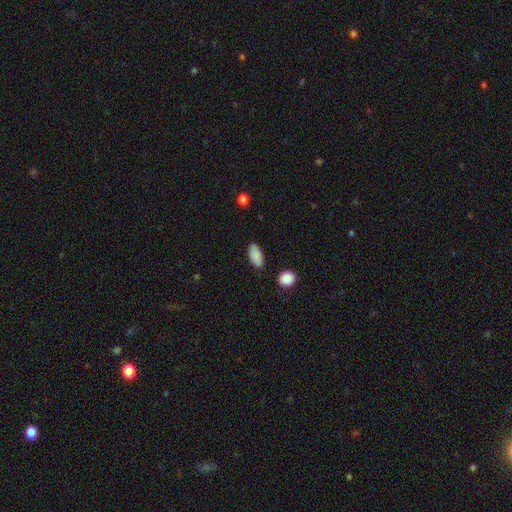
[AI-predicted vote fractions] This is clearly a smooth galaxy (88%). How rounded: clearly in between (89%). Merging: clearly none (82%).